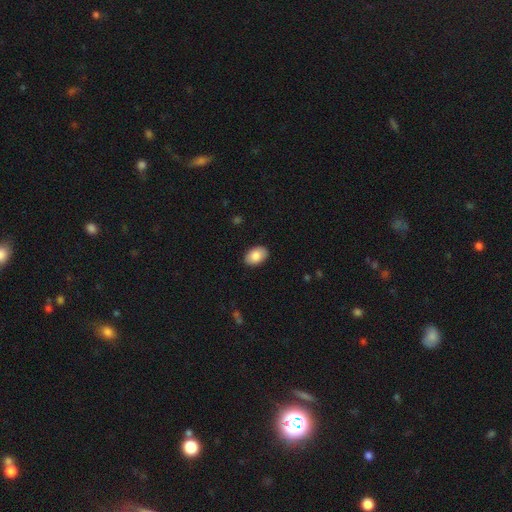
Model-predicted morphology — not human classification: Smooth or featured? smooth (86%)
How rounded? in between (90%)
Merging? none (89%)